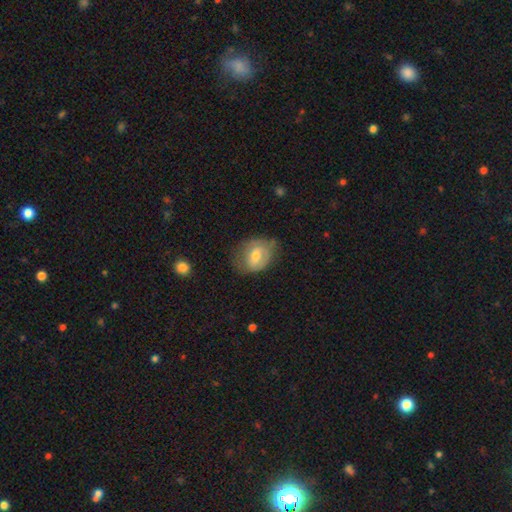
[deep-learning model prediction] Smooth or featured?
  - smooth: 58% *
  - featured or disk: 34%
  - star or artifact: 7%
How rounded?
  - in between: 54% *
  - round: 45%
  - cigar-shaped: 1%
Merging?
  - none: 53% *
  - minor disturbance: 32%
  - major disturbance: 13%
  - merger: 2%